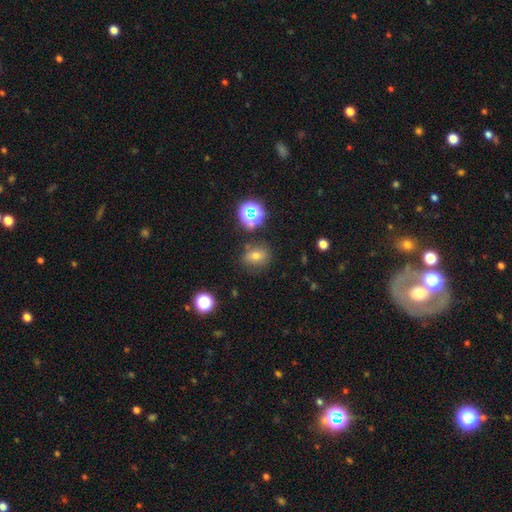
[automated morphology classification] This appears to be a smooth galaxy with no disk features (61%) that is round (51%). Merging: none (78%).